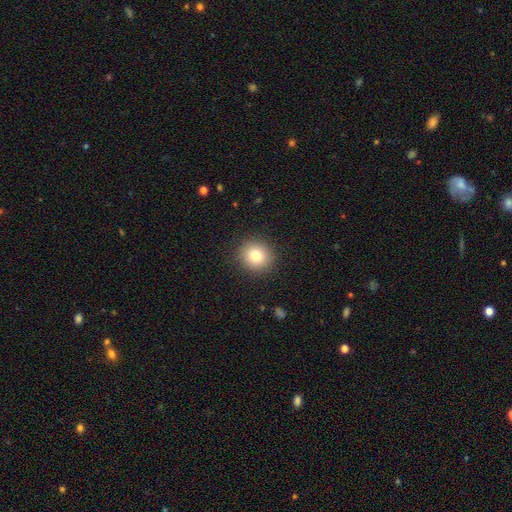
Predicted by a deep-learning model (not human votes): Smooth or featured?
  - smooth: 79% *
  - star or artifact: 11%
  - featured or disk: 10%
How rounded?
  - round: 90% *
  - in between: 9%
  - cigar-shaped: 1%
Merging?
  - none: 91% *
  - minor disturbance: 6%
  - major disturbance: 2%
  - merger: 1%